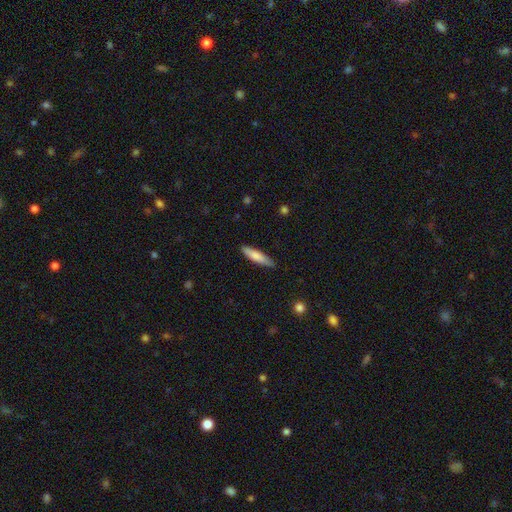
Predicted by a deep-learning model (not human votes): A smooth galaxy with no disk features (78%) that is cigar-shaped (79%).

Vote fractions:
- Smooth or featured? smooth: 78% / featured or disk: 17% / star or artifact: 5%
- How rounded? cigar-shaped: 79% / in between: 20% / round: 1%
- Merging? none: 84% / minor disturbance: 13% / major disturbance: 2% / merger: 1%